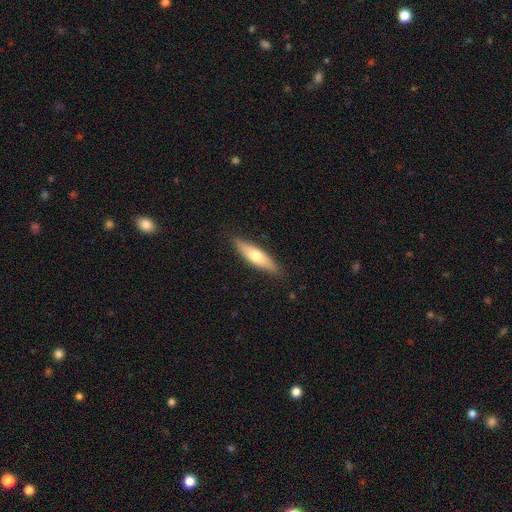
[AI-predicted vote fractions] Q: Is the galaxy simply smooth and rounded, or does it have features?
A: smooth — 59%.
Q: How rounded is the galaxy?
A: cigar-shaped — 66%.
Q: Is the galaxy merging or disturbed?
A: none — 87%.